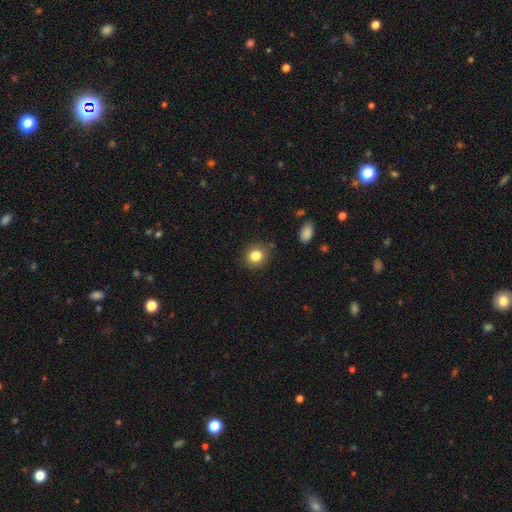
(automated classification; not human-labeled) Smooth or featured? Predicted: smooth (p=0.83). How rounded? Predicted: round (p=0.77). Merging? Predicted: none (p=0.86).